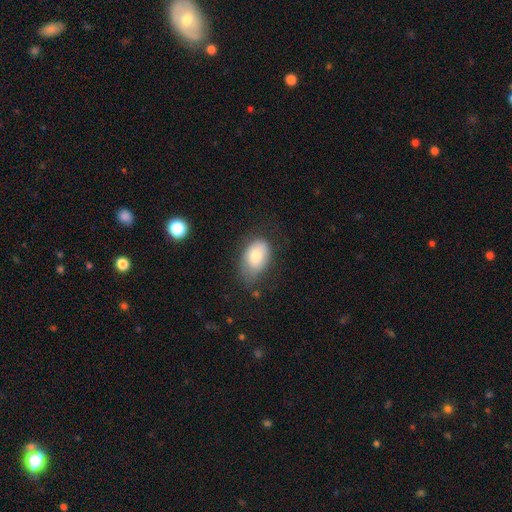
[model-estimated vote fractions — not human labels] Morphology: type=smooth (79%); roundness=in between (88%); merging=none (50%).